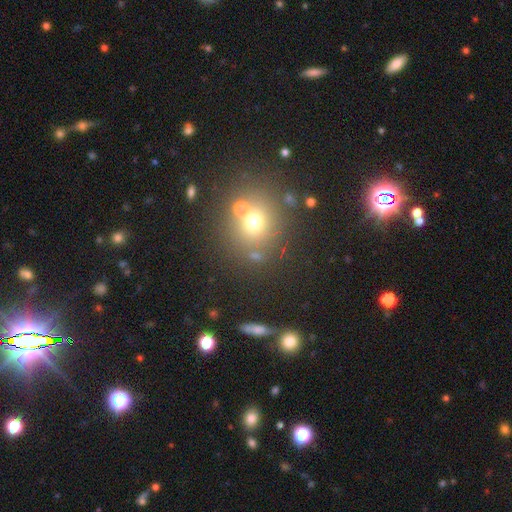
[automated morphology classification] Smooth or featured: smooth — 65% (star or artifact — 22%)
How rounded: round — 80% (in between — 18%)
Merging: none — 70% (merger — 15%)